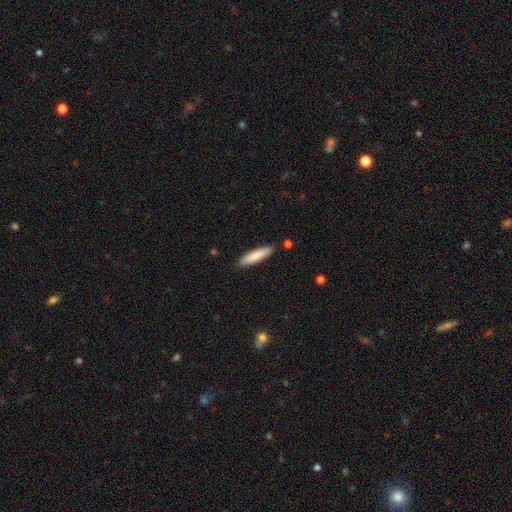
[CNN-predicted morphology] Smooth or featured: smooth — 83% (featured or disk — 12%)
How rounded: cigar-shaped — 78% (in between — 21%)
Merging: none — 88% (minor disturbance — 9%)